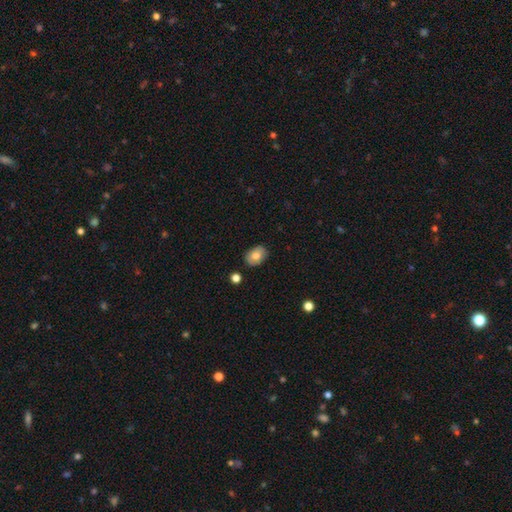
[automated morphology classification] This appears to be a smooth galaxy with no disk features (76%) that is in between round and cigar-shaped (77%). Merging: none (84%).